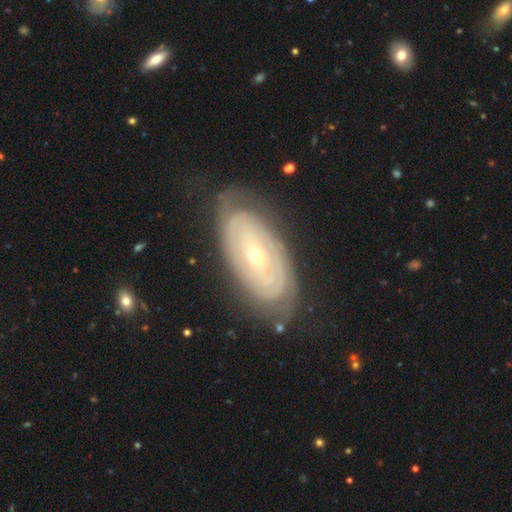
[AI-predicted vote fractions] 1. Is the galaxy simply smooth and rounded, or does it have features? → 80% featured or disk, 14% smooth, 5% star or artifact.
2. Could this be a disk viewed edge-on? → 92% no, 8% yes.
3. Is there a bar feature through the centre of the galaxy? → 66% no, 24% weak, 10% strong.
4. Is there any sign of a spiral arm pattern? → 78% yes, 22% no.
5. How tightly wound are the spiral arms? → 80% tight, 15% medium, 5% loose.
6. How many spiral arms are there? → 52% can't tell, 26% 2, 8% 3, 5% 4, 4% more than 4, 4% 1.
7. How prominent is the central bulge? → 50% small, 47% moderate, 2% large, 1% dominant, 1% none.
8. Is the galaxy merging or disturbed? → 76% none, 16% minor disturbance, 6% major disturbance, 1% merger.